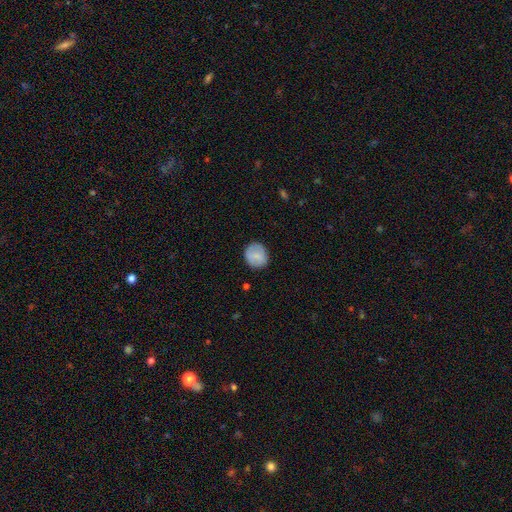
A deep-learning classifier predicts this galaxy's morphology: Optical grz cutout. It shows a smooth galaxy with no disk features (72%) that is round (76%). Merging: none (84%).